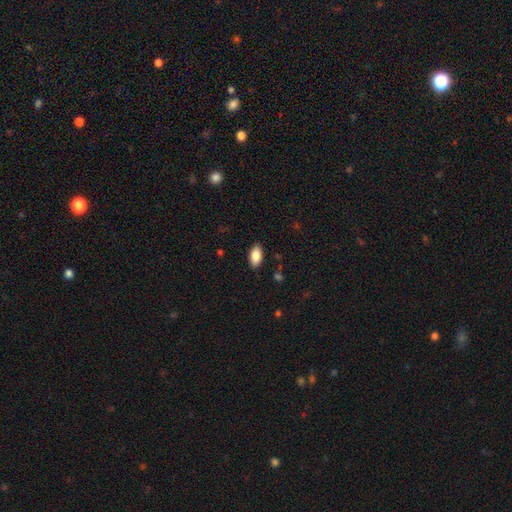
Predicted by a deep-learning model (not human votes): Q: Smooth or featured?
A: smooth (85%); runner-up: featured or disk (8%)
Q: How rounded?
A: in between (93%); runner-up: cigar-shaped (4%)
Q: Merging?
A: none (88%); runner-up: minor disturbance (9%)